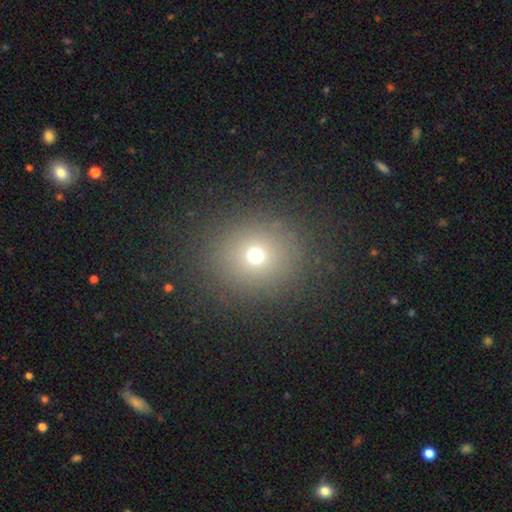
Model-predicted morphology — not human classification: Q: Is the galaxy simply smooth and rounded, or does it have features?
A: smooth — 68%.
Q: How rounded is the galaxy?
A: round — 83%.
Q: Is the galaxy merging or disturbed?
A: none — 84%.